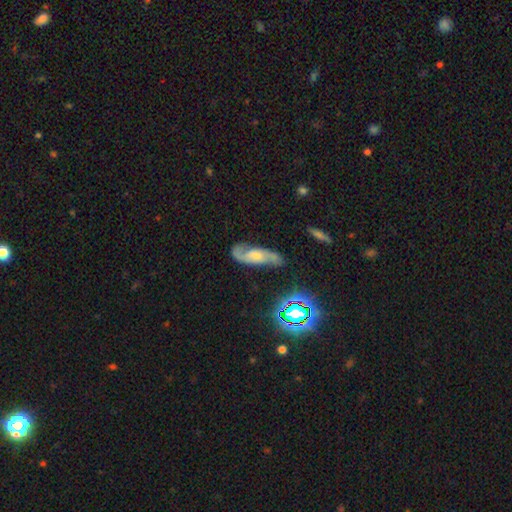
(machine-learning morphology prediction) Smooth or featured? Predicted: featured or disk (p=0.75). Edge-on disk? Predicted: no (p=0.91). Bar? Predicted: no (p=0.53). Spiral arms? Predicted: yes (p=0.95). Spiral winding? Predicted: medium (p=0.46). Spiral arm count? Predicted: 2 (p=0.87). Bulge size? Predicted: moderate (p=0.39). Merging? Predicted: none (p=0.68).